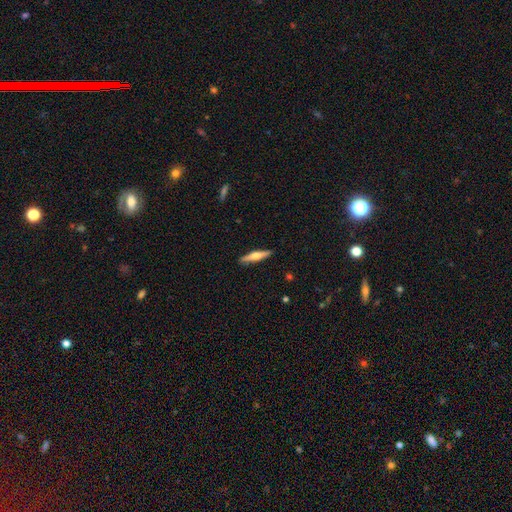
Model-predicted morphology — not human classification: Q: Smooth or featured?
A: featured or disk (56%); runner-up: smooth (39%)
Q: Edge-on disk?
A: yes (96%); runner-up: no (4%)
Q: Edge-on bulge?
A: rounded (89%); runner-up: boxy (6%)
Q: Merging?
A: none (90%); runner-up: minor disturbance (7%)